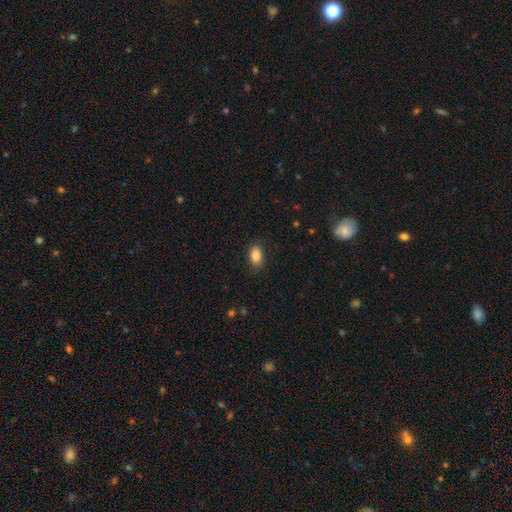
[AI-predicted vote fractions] A smooth galaxy with no disk features (86%) that is in between round and cigar-shaped (84%).

Vote fractions:
- Smooth or featured? smooth: 86% / star or artifact: 8% / featured or disk: 6%
- How rounded? in between: 84% / round: 14% / cigar-shaped: 2%
- Merging? none: 84% / minor disturbance: 12% / major disturbance: 3% / merger: 1%